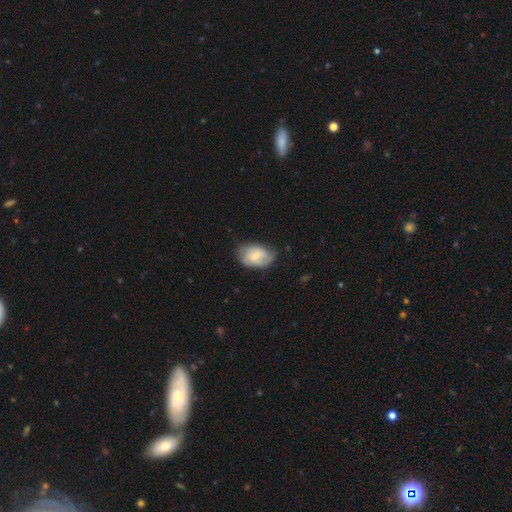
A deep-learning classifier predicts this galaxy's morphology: Q: Smooth or featured?
A: smooth (48%); runner-up: featured or disk (46%)
Q: Merging?
A: none (60%); runner-up: minor disturbance (29%)